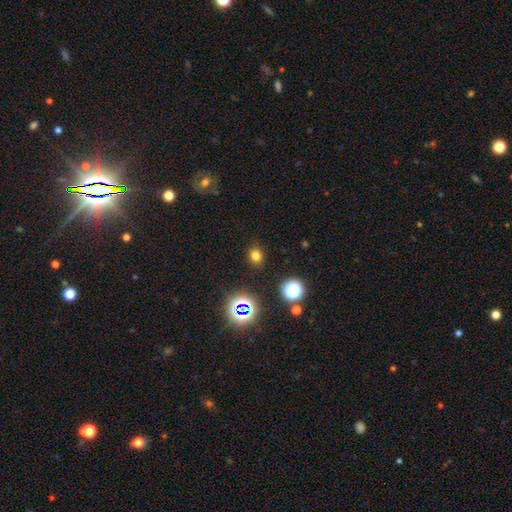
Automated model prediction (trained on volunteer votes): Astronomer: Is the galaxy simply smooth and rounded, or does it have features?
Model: smooth — 73%.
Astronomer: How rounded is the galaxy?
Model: round — 64%.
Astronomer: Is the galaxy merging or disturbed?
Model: none — 87%.